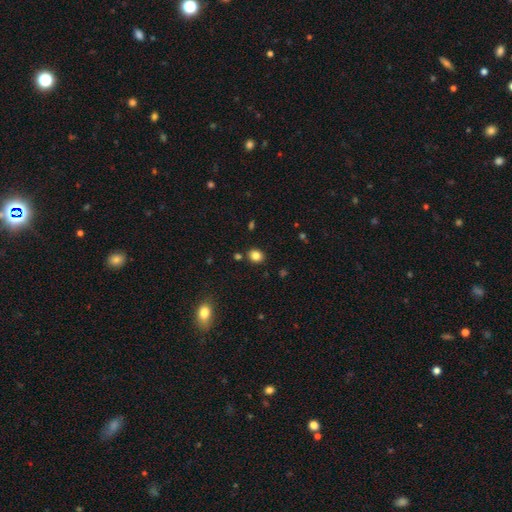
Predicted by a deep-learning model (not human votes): smooth-or-featured: smooth: 83% | star or artifact: 12% | featured or disk: 5%
  how-rounded: round: 64% | in between: 35% | cigar-shaped: 1%
  merging: none: 85% | minor disturbance: 8% | merger: 4% | major disturbance: 2%